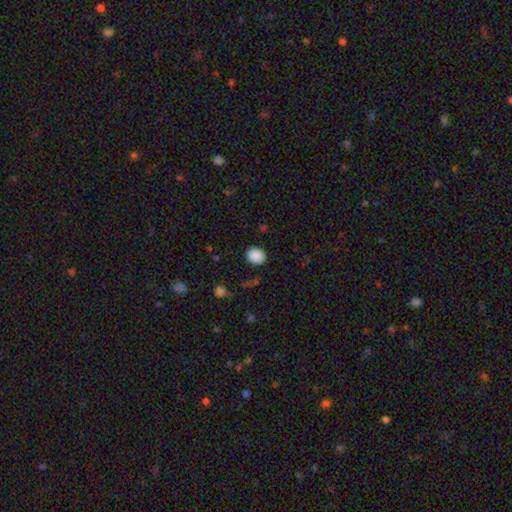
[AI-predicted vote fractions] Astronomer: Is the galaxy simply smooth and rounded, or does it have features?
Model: smooth — 89%.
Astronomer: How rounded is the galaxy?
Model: round — 54% (runner-up: in between, 45%).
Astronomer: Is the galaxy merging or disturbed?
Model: none — 88%.